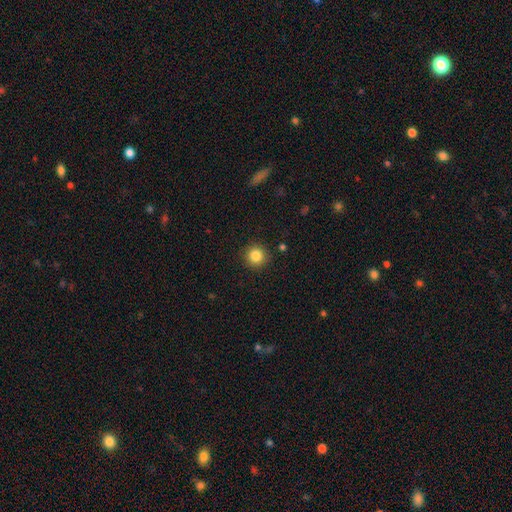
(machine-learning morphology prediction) Smooth or featured: smooth — 85% (star or artifact — 10%)
How rounded: round — 93% (in between — 6%)
Merging: none — 91% (minor disturbance — 6%)